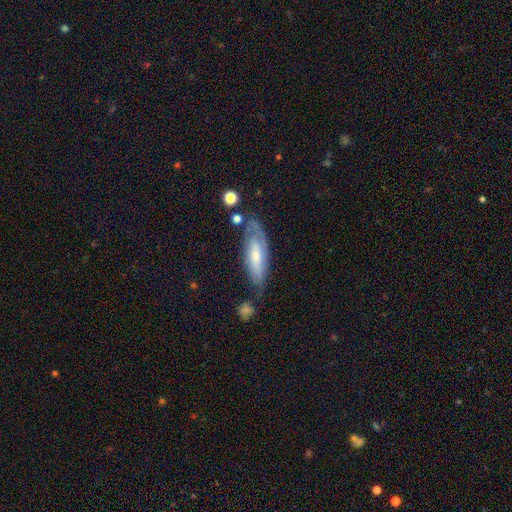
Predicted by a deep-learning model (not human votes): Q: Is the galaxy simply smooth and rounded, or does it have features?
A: featured or disk — 50%.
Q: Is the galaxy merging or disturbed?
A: none — 60%.